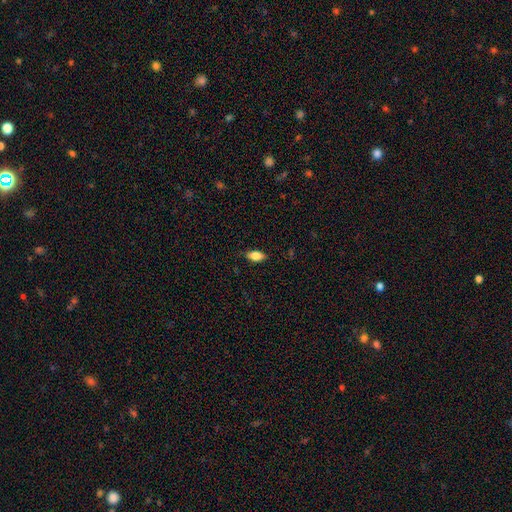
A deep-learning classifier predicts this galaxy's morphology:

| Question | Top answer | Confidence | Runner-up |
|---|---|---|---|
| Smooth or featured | smooth | 82% | featured or disk (11%) |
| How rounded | in between | 88% | cigar-shaped (7%) |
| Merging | none | 82% | minor disturbance (14%) |